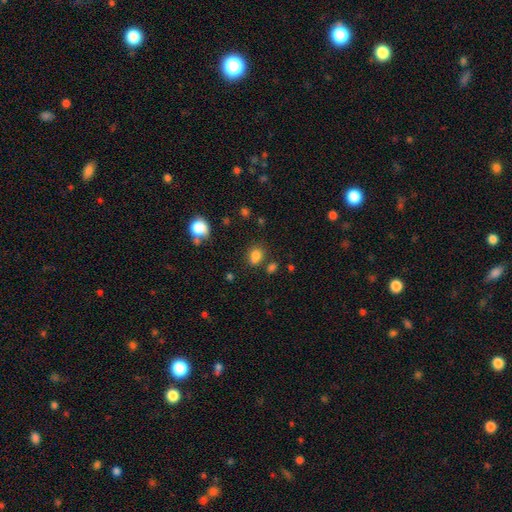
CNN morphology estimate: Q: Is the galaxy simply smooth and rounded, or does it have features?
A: smooth — 81%.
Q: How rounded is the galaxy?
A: in between — 58%.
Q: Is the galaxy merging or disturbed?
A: none — 67%.